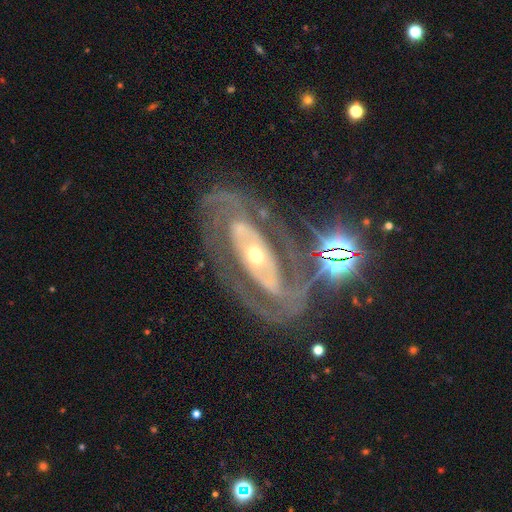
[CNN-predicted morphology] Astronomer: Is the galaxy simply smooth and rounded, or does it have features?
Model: featured or disk — 85%.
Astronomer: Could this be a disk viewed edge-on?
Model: no — 93%.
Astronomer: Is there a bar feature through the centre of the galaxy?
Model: no — 54%.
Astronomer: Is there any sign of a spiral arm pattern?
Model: yes — 81%.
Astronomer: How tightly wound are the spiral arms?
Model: tight — 53% (runner-up: medium, 36%).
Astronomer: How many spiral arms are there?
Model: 2 — 71%.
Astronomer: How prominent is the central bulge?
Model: moderate — 50% (runner-up: small, 43%).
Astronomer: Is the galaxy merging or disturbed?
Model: none — 72%.